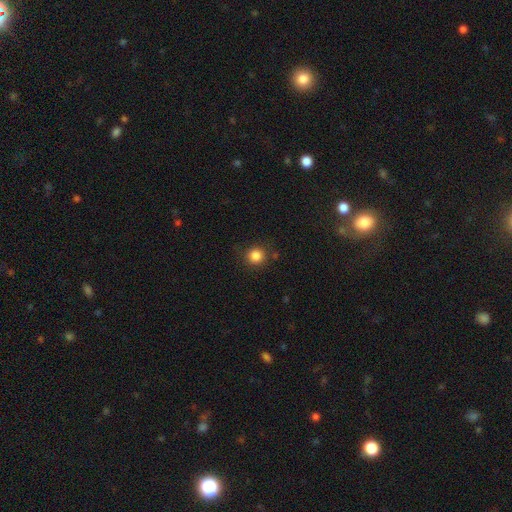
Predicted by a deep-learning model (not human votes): This appears to be a smooth galaxy with no disk features (84%) that is round (92%). Merging: none (85%).